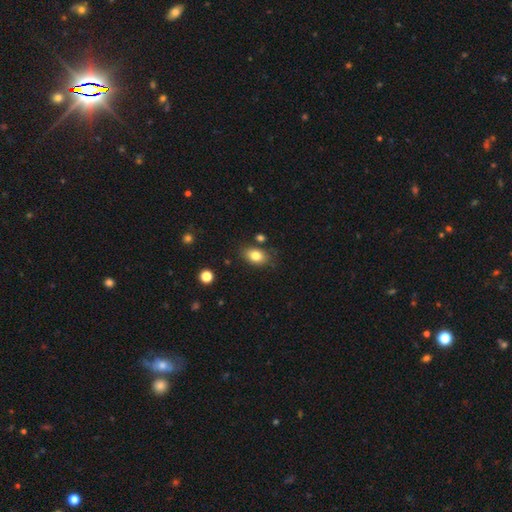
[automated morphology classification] Overall: smooth (81%). How rounded: in between (84%). Merging: none (77%).